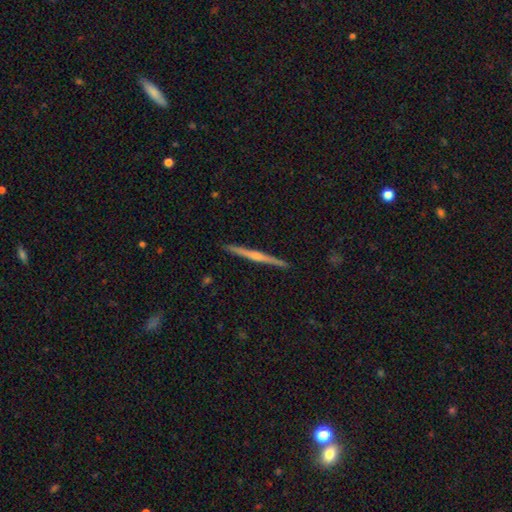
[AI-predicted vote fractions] Morphology: type=featured or disk (71%); edge-on=yes (98%); edge-on bulge=rounded (60%); merging=none (92%).